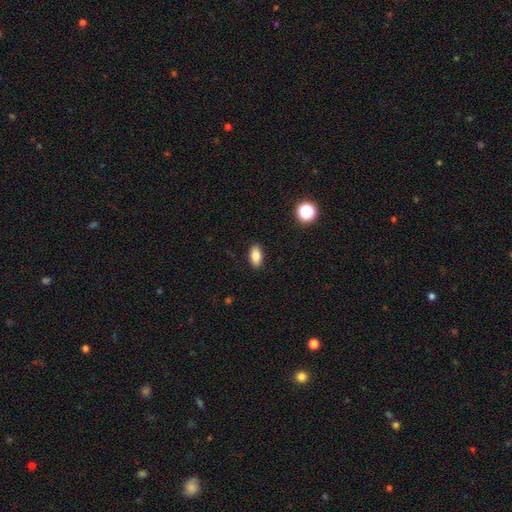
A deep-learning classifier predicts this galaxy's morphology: This appears to be a smooth galaxy with no disk features (84%) that is in between round and cigar-shaped (91%). Merging: none (90%).